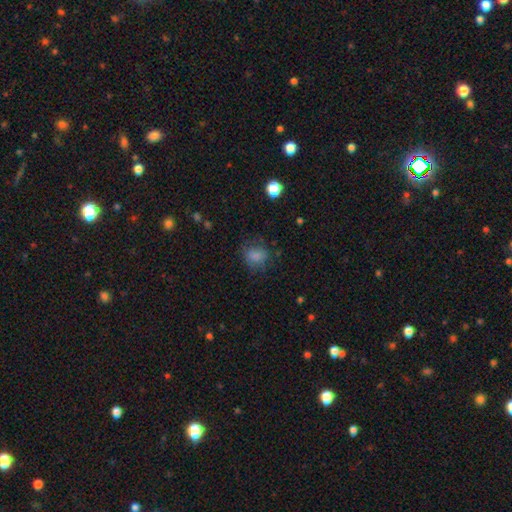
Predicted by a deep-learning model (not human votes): Smooth or featured?
  - smooth: 80% *
  - star or artifact: 11%
  - featured or disk: 8%
How rounded?
  - round: 65% *
  - in between: 34%
  - cigar-shaped: 1%
Merging?
  - none: 67% *
  - minor disturbance: 20%
  - major disturbance: 11%
  - merger: 2%